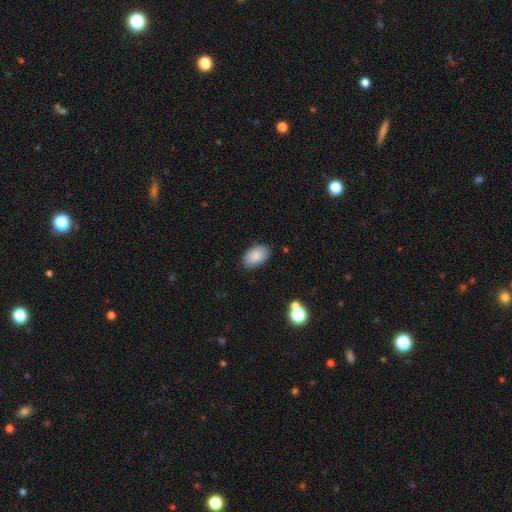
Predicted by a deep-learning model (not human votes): Smooth or featured?
  - smooth: 88% *
  - star or artifact: 7%
  - featured or disk: 5%
How rounded?
  - in between: 92% *
  - round: 7%
  - cigar-shaped: 1%
Merging?
  - none: 86% *
  - minor disturbance: 10%
  - major disturbance: 2%
  - merger: 1%